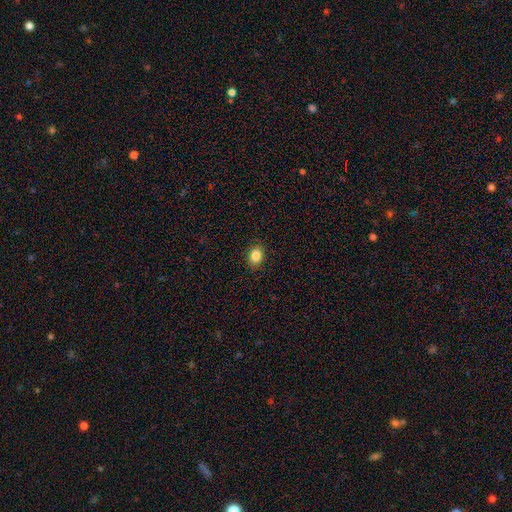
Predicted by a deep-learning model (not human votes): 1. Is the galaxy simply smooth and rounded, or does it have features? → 85% smooth, 10% star or artifact, 6% featured or disk.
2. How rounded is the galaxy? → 54% in between, 45% round, 1% cigar-shaped.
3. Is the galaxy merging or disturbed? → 89% none, 8% minor disturbance, 2% major disturbance, 1% merger.